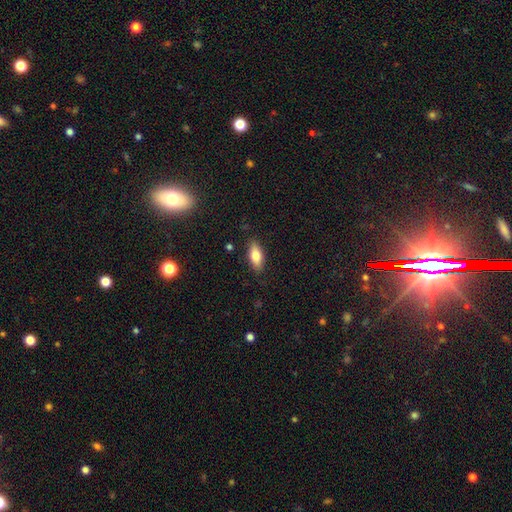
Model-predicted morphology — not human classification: smooth-or-featured: smooth: 74% | featured or disk: 19% | star or artifact: 7%
  how-rounded: in between: 80% | cigar-shaped: 17% | round: 3%
  merging: none: 85% | minor disturbance: 11% | major disturbance: 2% | merger: 1%